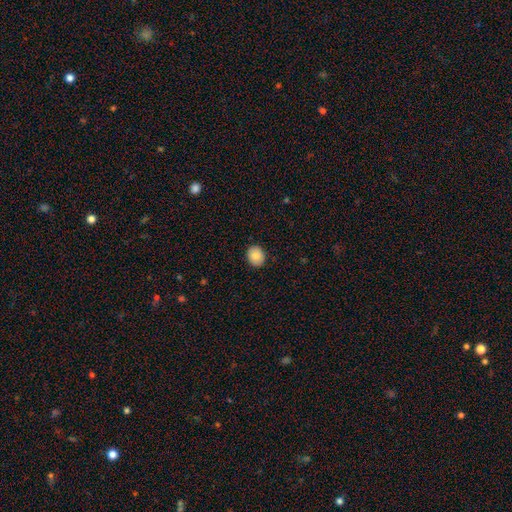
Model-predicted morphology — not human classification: This appears to be a smooth galaxy with no disk features (84%) that is round (62%). Merging: none (90%).